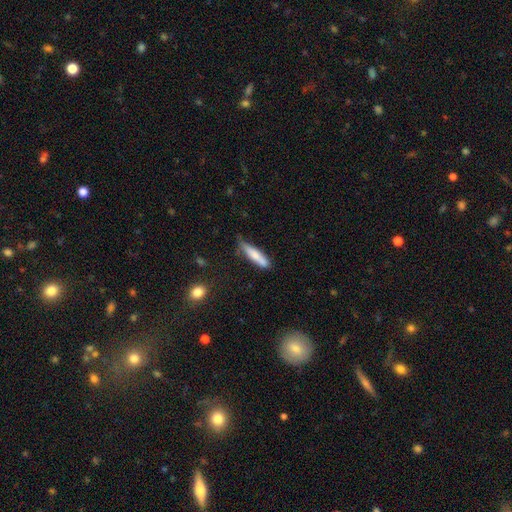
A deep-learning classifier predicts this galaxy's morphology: Smooth or featured? smooth (74%)
How rounded? cigar-shaped (81%)
Merging? none (65%)